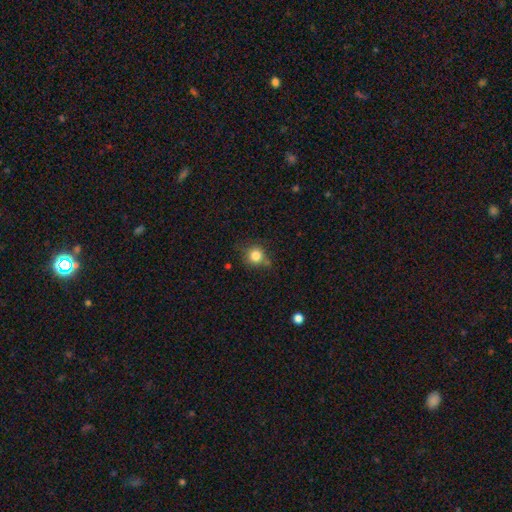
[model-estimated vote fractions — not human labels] Smooth or featured? Predicted: smooth (p=0.83). How rounded? Predicted: round (p=0.88). Merging? Predicted: none (p=0.71).